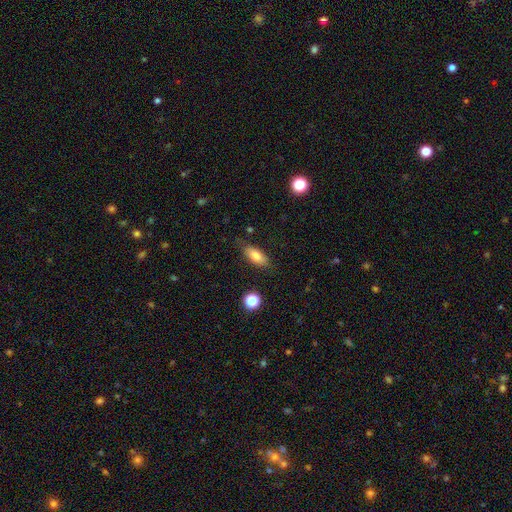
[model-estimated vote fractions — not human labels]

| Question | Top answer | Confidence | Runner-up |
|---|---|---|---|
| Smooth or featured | smooth | 78% | featured or disk (13%) |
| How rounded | in between | 77% | cigar-shaped (20%) |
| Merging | none | 77% | minor disturbance (17%) |